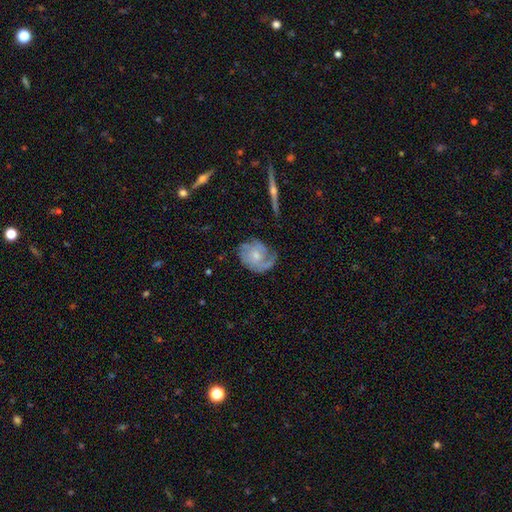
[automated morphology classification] featured or disk 71%, smooth 22%, star or artifact 7%. Down the decision tree: edge-on disk — no (96%); bar — no (76%); spiral arms — yes (86%); spiral arm count — can't tell (32%); spiral winding — tight (48%); bulge size — moderate (47%); merging — none (61%).